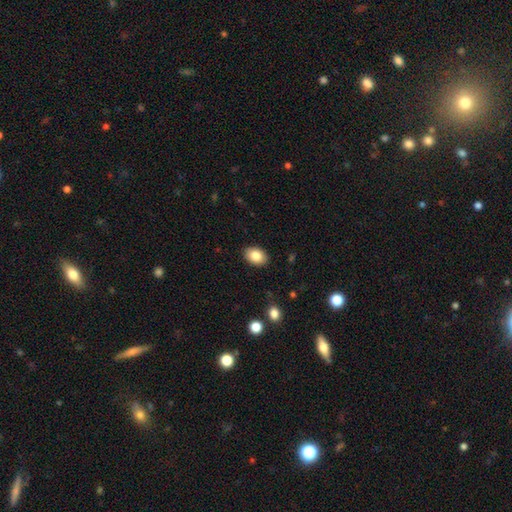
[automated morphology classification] smooth_or_featured: smooth (p=0.85) [alt: featured or disk p=0.08]
how_rounded: in between (p=0.80) [alt: round p=0.19]
merging: none (p=0.88) [alt: minor disturbance p=0.09]